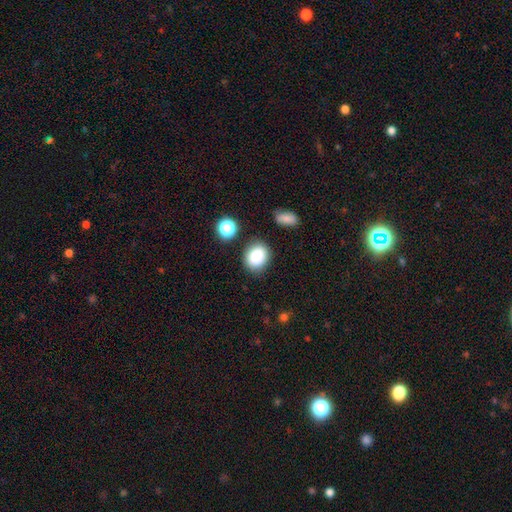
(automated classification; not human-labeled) Morphology: type=smooth (84%); roundness=round (54%); merging=none (79%).